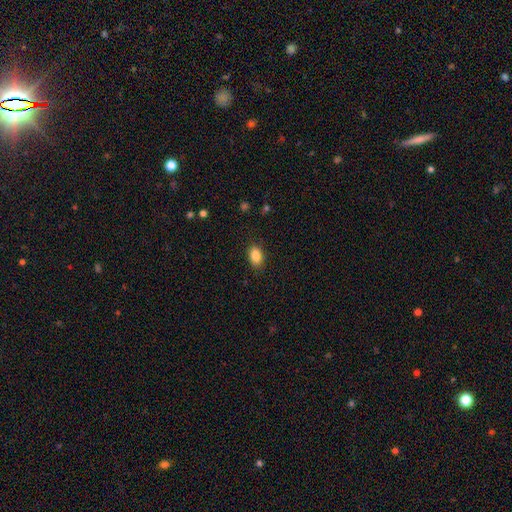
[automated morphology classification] smooth-or-featured: smooth: 87% | star or artifact: 8% | featured or disk: 5%
  how-rounded: in between: 86% | round: 12% | cigar-shaped: 2%
  merging: none: 87% | minor disturbance: 10% | major disturbance: 2% | merger: 1%